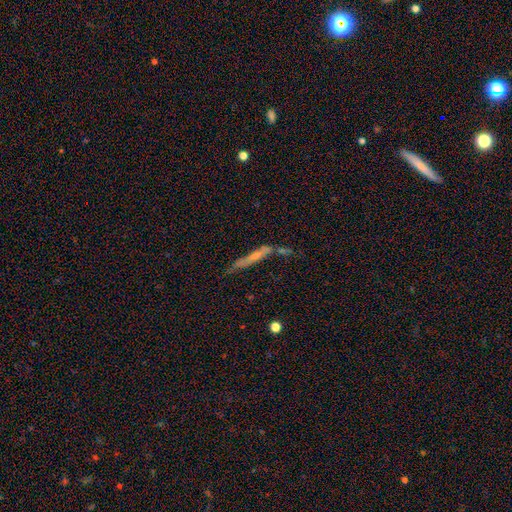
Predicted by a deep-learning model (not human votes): A featured or disk galaxy (61%) viewed edge-on (86%) with a rounded central bulge (57%).

Vote fractions:
- Smooth or featured? featured or disk: 61% / smooth: 29% / star or artifact: 10%
- Edge-on disk? yes: 86% / no: 14%
- Edge-on bulge? rounded: 57% / none: 36% / boxy: 7%
- Merging? none: 59% / minor disturbance: 20% / merger: 13% / major disturbance: 8%